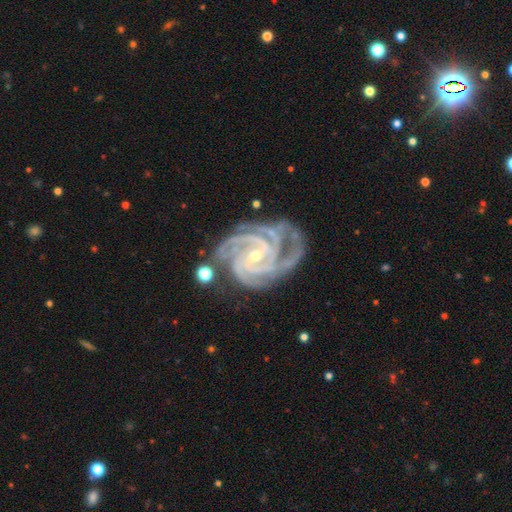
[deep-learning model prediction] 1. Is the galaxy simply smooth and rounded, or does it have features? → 94% featured or disk, 4% star or artifact, 2% smooth.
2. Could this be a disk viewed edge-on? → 98% no, 2% yes.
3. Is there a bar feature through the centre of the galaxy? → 41% no, 37% weak, 22% strong.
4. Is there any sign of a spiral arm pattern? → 99% yes, 1% no.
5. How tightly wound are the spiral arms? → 72% tight, 26% medium, 2% loose.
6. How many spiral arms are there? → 44% 4, 30% 3, 8% more than 4, 7% 2, 7% can't tell, 5% 1.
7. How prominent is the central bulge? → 73% small, 24% moderate, 1% none, 1% large, 1% dominant.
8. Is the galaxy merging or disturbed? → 68% none, 20% minor disturbance, 8% major disturbance, 3% merger.